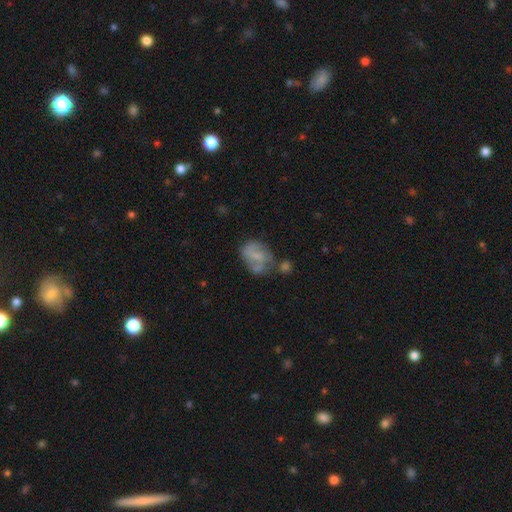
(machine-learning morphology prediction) A featured or disk galaxy (48%).

Vote fractions:
- Smooth or featured? featured or disk: 48% / smooth: 42% / star or artifact: 10%
- Merging? none: 40% / minor disturbance: 24% / merger: 21% / major disturbance: 15%